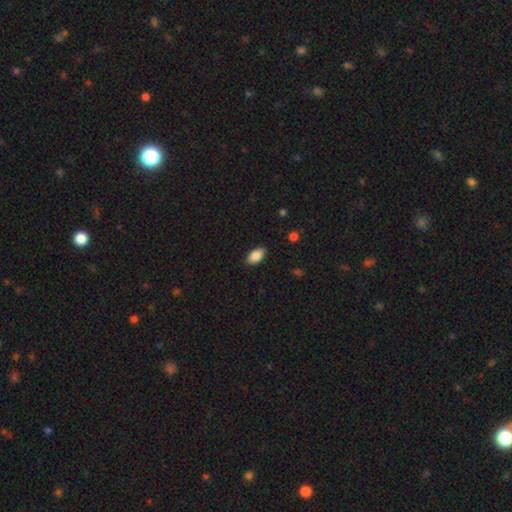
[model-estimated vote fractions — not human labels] Overall: smooth (87%). How rounded: in between (93%). Merging: none (88%).